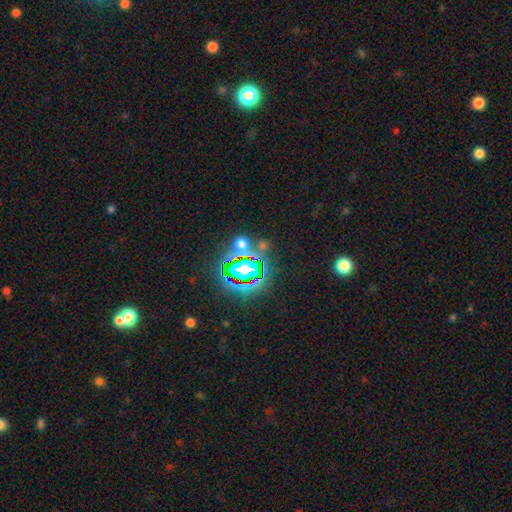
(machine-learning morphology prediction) This is likely a star or artifact rather than a galaxy (80%).